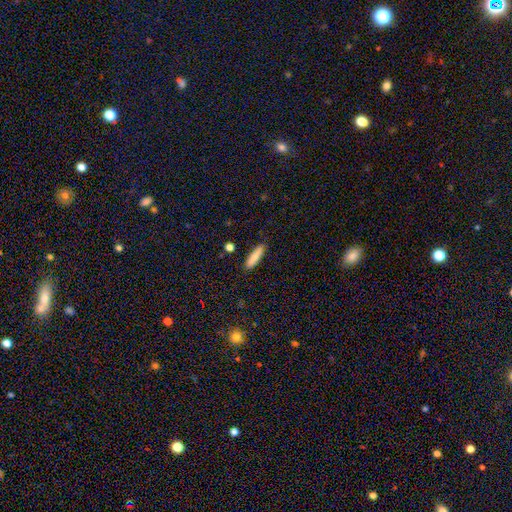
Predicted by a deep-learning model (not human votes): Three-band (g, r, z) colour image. It shows a smooth galaxy with no disk features (83%) that is cigar-shaped (66%). Merging: none (87%).